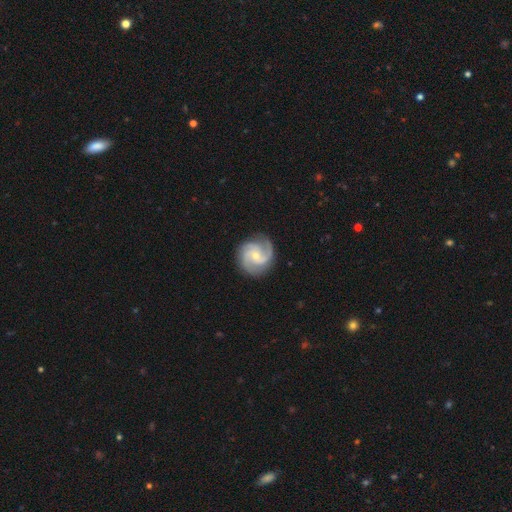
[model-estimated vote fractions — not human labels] This appears to be a featured or disk galaxy (90%) with no bar (63%), 3 (58%) medium (53%) spiral arms (98%) and a small central bulge (64%). Merging: none (83%).